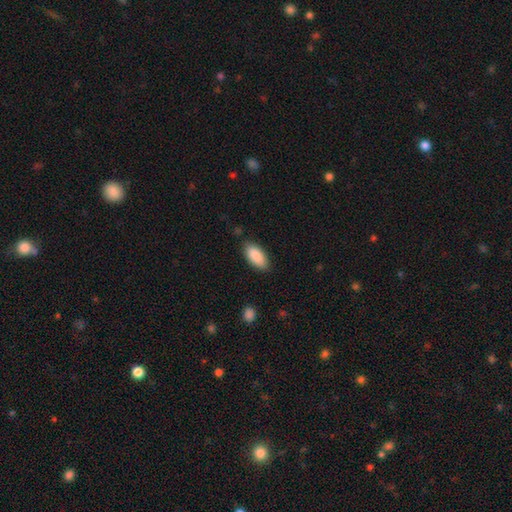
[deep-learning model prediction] This is clearly a smooth galaxy (89%). How rounded: clearly in between (90%). Merging: clearly none (84%).